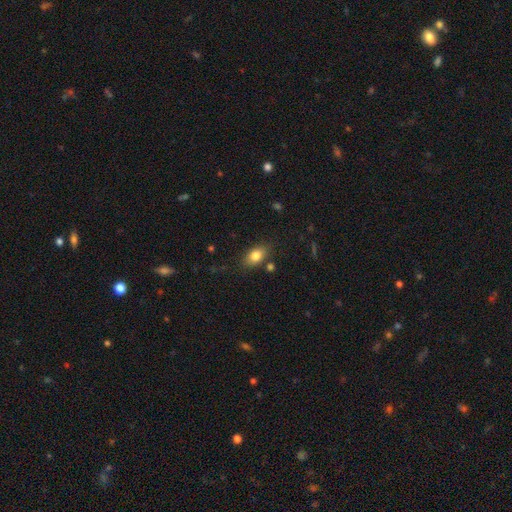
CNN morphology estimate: Overall: smooth (82%). How rounded: in between (82%). Merging: none (79%).